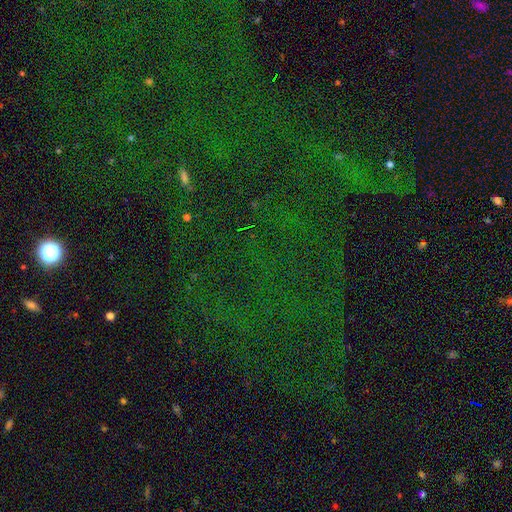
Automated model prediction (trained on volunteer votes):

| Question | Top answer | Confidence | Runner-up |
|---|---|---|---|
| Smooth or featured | star or artifact | 79% | smooth (13%) |